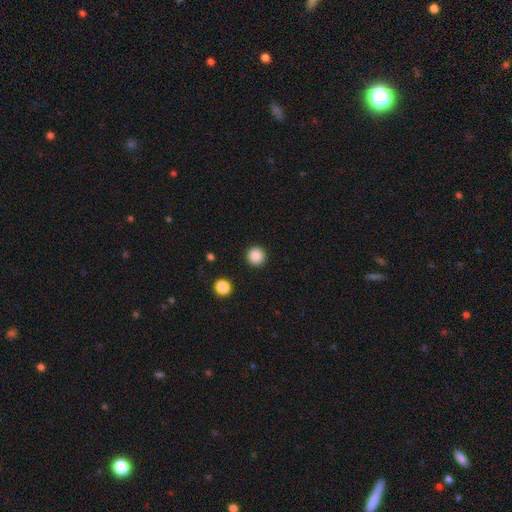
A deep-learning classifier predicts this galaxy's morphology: Q: Smooth or featured?
A: smooth (87%); runner-up: star or artifact (10%)
Q: How rounded?
A: round (96%); runner-up: in between (3%)
Q: Merging?
A: none (93%); runner-up: minor disturbance (4%)